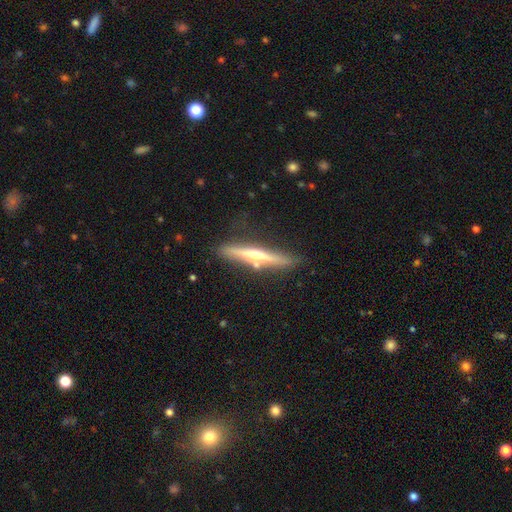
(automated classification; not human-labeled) Q: Smooth or featured?
A: featured or disk (71%); runner-up: smooth (23%)
Q: Edge-on disk?
A: yes (97%); runner-up: no (3%)
Q: Edge-on bulge?
A: rounded (89%); runner-up: none (8%)
Q: Merging?
A: none (82%); runner-up: minor disturbance (11%)